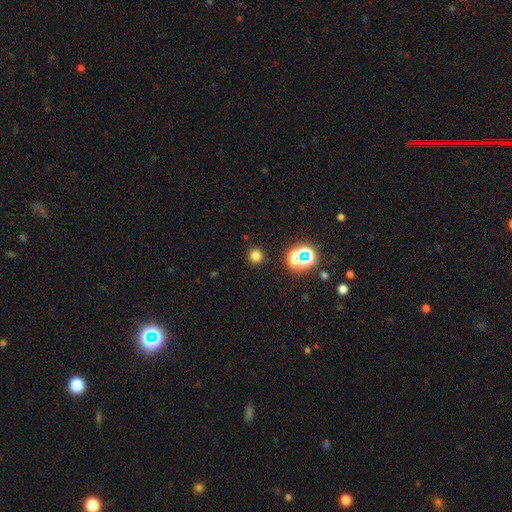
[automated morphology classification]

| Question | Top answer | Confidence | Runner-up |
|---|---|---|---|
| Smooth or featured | smooth | 73% | star or artifact (21%) |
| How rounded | round | 93% | in between (6%) |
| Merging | none | 90% | minor disturbance (6%) |